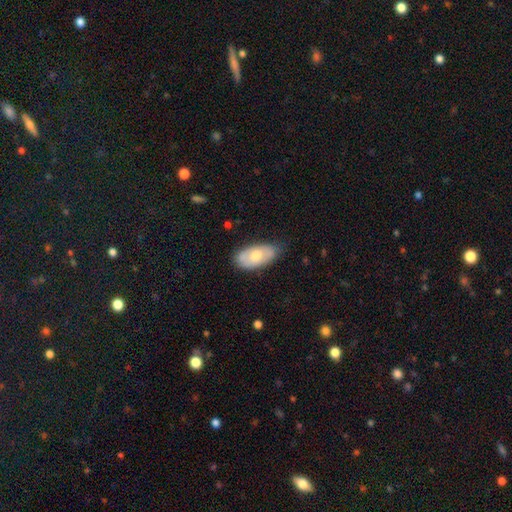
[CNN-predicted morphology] smooth_or_featured: smooth (p=0.60) [alt: featured or disk p=0.34]
how_rounded: in between (p=0.93) [alt: round p=0.04]
merging: none (p=0.71) [alt: minor disturbance p=0.23]